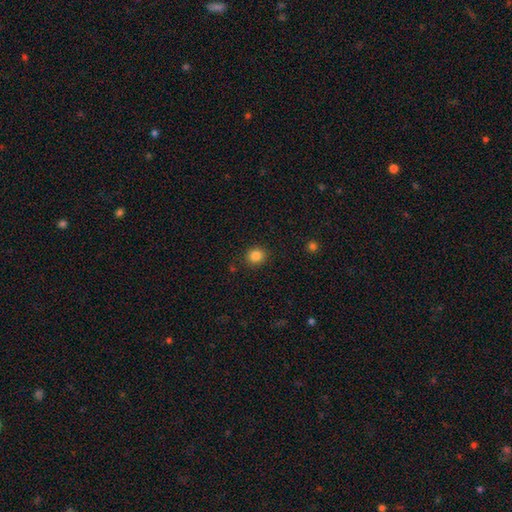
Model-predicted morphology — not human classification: This is clearly a smooth galaxy (85%). How rounded: clearly round (81%). Merging: clearly none (89%).